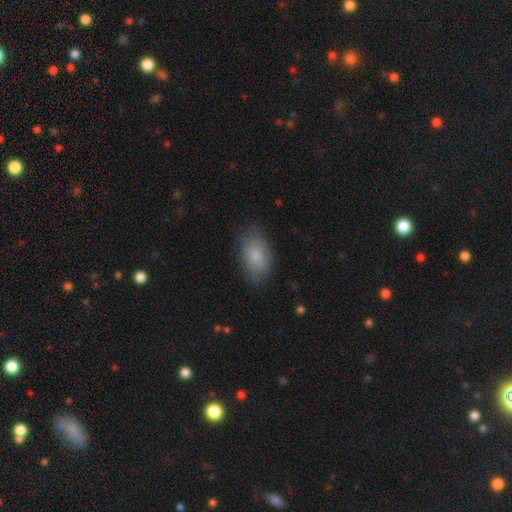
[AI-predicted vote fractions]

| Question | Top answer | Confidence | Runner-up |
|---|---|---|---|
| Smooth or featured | smooth | 83% | featured or disk (10%) |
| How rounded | in between | 92% | round (5%) |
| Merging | none | 79% | minor disturbance (16%) |